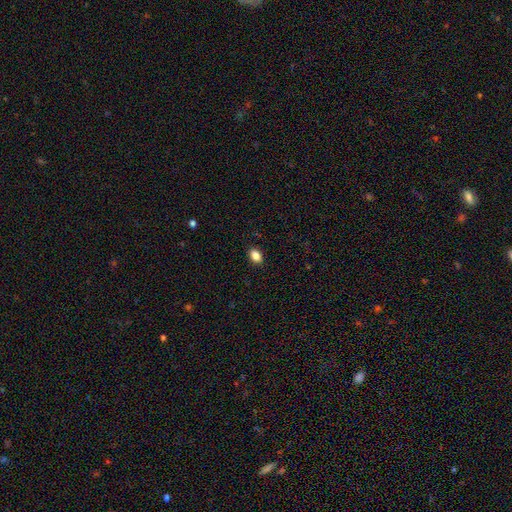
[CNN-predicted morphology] smooth_or_featured: smooth (p=0.87) [alt: star or artifact p=0.09]
how_rounded: in between (p=0.81) [alt: round p=0.18]
merging: none (p=0.90) [alt: minor disturbance p=0.07]